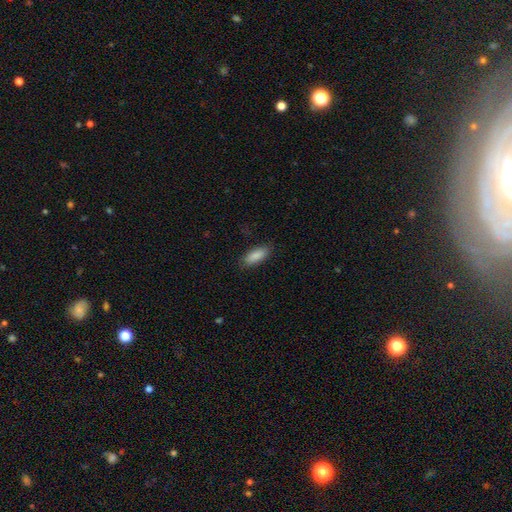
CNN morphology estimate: smooth-or-featured: smooth: 88% | star or artifact: 6% | featured or disk: 6%
  how-rounded: in between: 76% | cigar-shaped: 22% | round: 2%
  merging: none: 85% | minor disturbance: 11% | major disturbance: 3% | merger: 1%